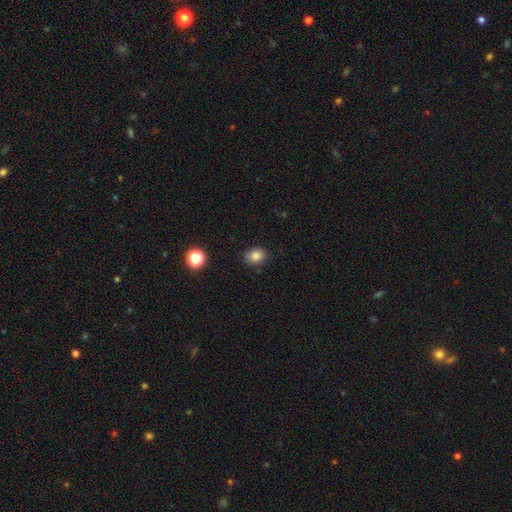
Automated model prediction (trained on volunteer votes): A smooth galaxy with no disk features (84%) that is round (56%).

Vote fractions:
- Smooth or featured? smooth: 84% / star or artifact: 11% / featured or disk: 5%
- How rounded? round: 56% / in between: 44% / cigar-shaped: 1%
- Merging? none: 82% / minor disturbance: 14% / major disturbance: 3% / merger: 2%